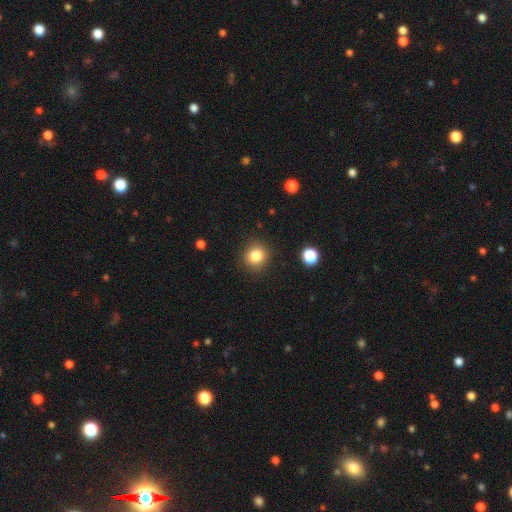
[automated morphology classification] This is clearly a smooth galaxy (83%). How rounded: clearly round (89%). Merging: clearly none (89%).